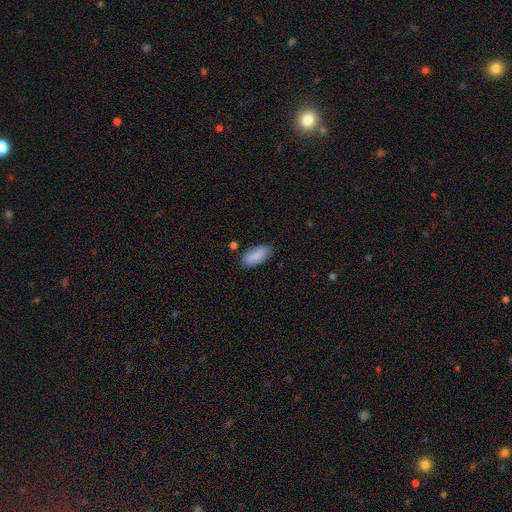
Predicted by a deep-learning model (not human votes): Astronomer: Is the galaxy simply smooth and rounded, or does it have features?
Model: smooth — 86%.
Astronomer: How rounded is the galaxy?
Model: in between — 87%.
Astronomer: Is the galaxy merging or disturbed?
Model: none — 80%.